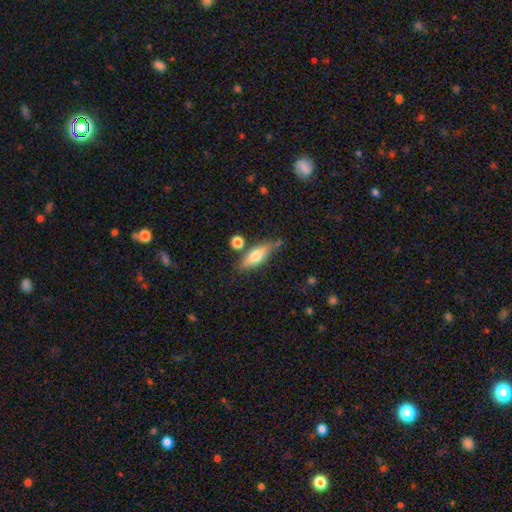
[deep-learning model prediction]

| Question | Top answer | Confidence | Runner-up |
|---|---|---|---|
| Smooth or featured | smooth | 58% | featured or disk (35%) |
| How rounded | in between | 53% | cigar-shaped (44%) |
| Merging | none | 68% | minor disturbance (18%) |